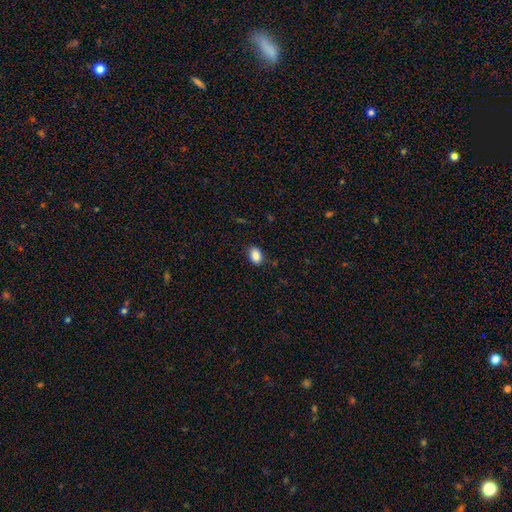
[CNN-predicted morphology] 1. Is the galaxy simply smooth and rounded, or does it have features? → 88% smooth, 9% star or artifact, 4% featured or disk.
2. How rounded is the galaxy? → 78% in between, 21% round, 1% cigar-shaped.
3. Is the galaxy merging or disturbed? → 86% none, 10% minor disturbance, 2% major disturbance, 1% merger.